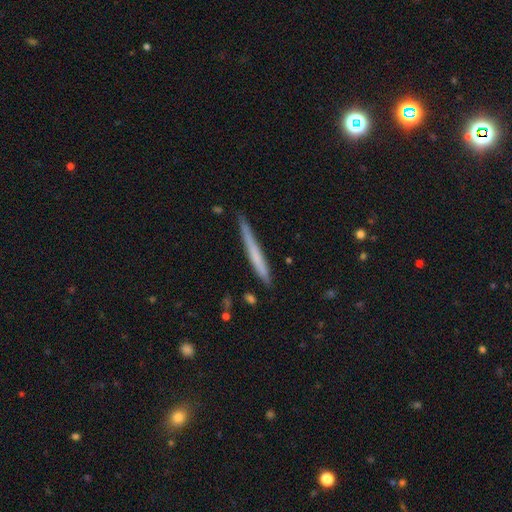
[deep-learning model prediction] Morphology: type=smooth (57%); roundness=cigar-shaped (97%); merging=none (83%).